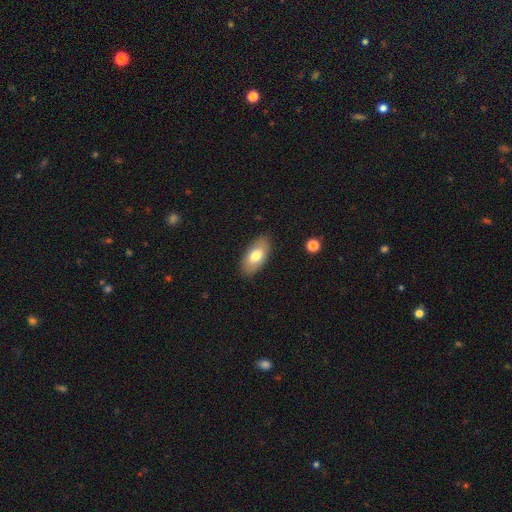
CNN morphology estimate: Q: Smooth or featured?
A: smooth (74%); runner-up: featured or disk (20%)
Q: How rounded?
A: in between (92%); runner-up: cigar-shaped (5%)
Q: Merging?
A: none (86%); runner-up: minor disturbance (10%)